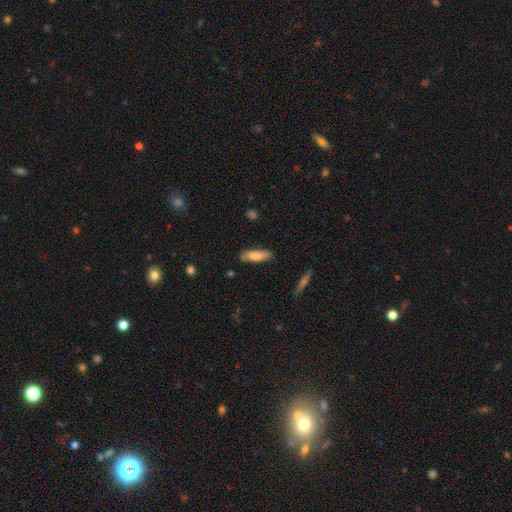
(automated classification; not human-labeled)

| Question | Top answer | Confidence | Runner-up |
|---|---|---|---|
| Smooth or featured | smooth | 79% | featured or disk (15%) |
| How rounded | cigar-shaped | 50% | in between (49%) |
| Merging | none | 81% | minor disturbance (14%) |